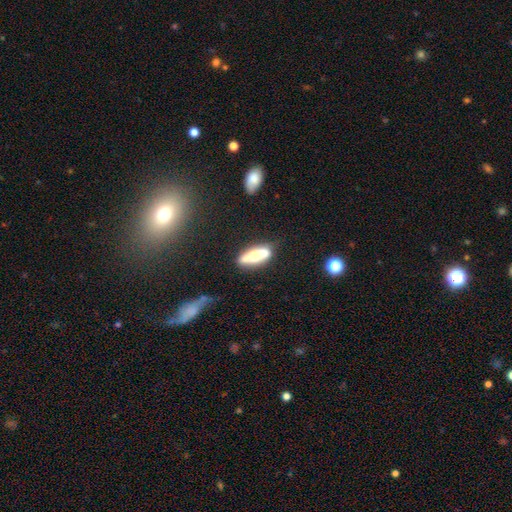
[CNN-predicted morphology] The model was most divided on "how rounded": in between: 52%, cigar-shaped: 45%, round: 3%. More confident: merging — none (61%); smooth or featured — smooth (50%).